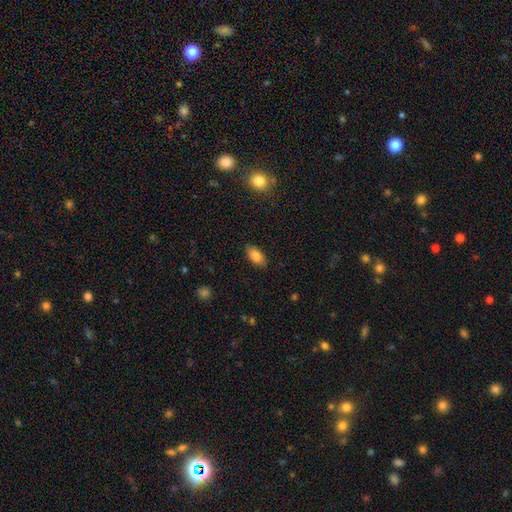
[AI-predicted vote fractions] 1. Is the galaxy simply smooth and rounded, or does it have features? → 83% smooth, 9% featured or disk, 8% star or artifact.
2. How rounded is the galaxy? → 91% in between, 5% cigar-shaped, 4% round.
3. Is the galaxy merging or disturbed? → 86% none, 11% minor disturbance, 2% major disturbance, 1% merger.